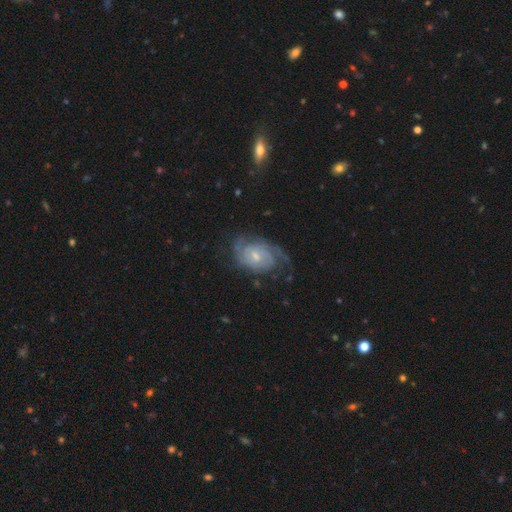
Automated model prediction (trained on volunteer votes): Q: Smooth or featured?
A: featured or disk (84%); runner-up: smooth (11%)
Q: Edge-on disk?
A: no (97%); runner-up: yes (3%)
Q: Bar?
A: no (53%); runner-up: weak (41%)
Q: Spiral arms?
A: yes (95%); runner-up: no (5%)
Q: Spiral winding?
A: tight (55%); runner-up: medium (33%)
Q: Spiral arm count?
A: 2 (46%); runner-up: can't tell (25%)
Q: Bulge size?
A: small (48%); runner-up: moderate (46%)
Q: Merging?
A: none (63%); runner-up: minor disturbance (21%)